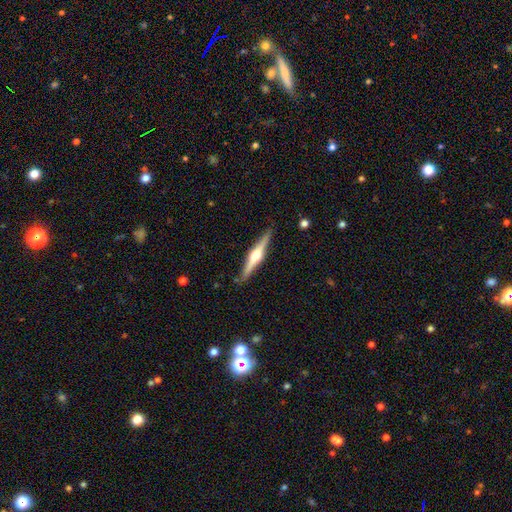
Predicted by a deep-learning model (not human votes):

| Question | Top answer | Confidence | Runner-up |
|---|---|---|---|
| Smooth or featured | featured or disk | 76% | smooth (19%) |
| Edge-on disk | yes | 98% | no (2%) |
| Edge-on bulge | rounded | 93% | boxy (4%) |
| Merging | none | 89% | minor disturbance (8%) |